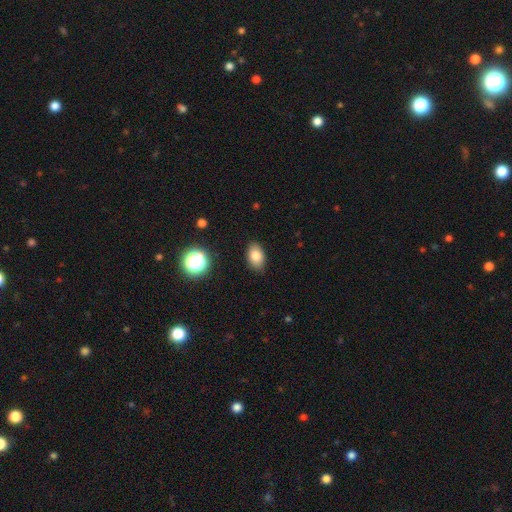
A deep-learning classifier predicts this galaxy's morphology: type=smooth (81%); roundness=in between (87%); merging=none (87%).